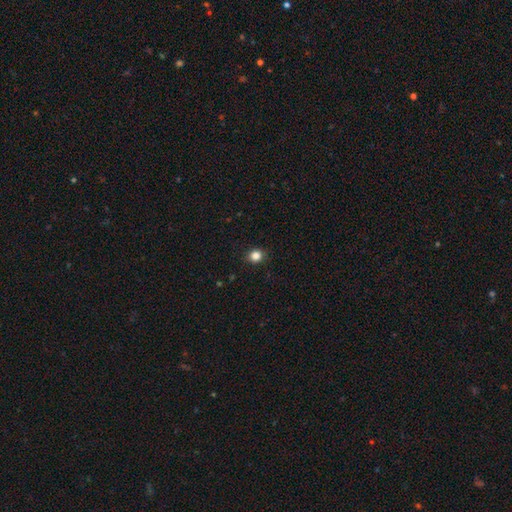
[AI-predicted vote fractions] This appears to be a smooth galaxy with no disk features (84%) that is round (83%). Merging: none (91%).